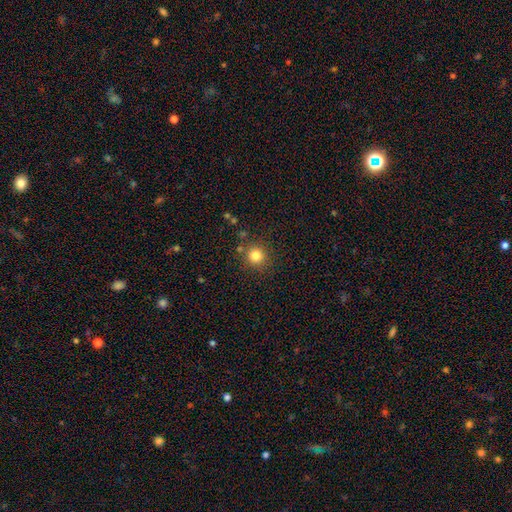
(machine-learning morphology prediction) The model was most divided on "smooth or featured": smooth: 81%, star or artifact: 13%, featured or disk: 6%. More confident: how rounded — round (93%); merging — none (84%).